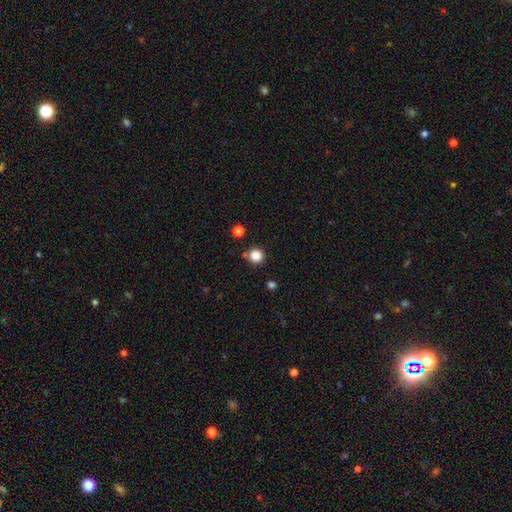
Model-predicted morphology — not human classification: A smooth galaxy with no disk features (85%) that is round (94%). Merging: none (82%).